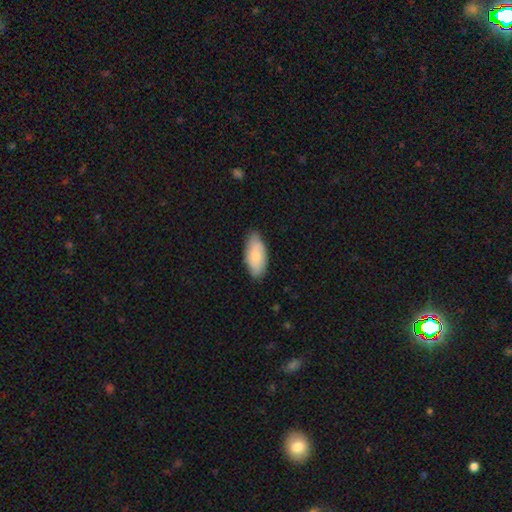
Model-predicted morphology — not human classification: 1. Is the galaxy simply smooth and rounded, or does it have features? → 72% smooth, 23% featured or disk, 6% star or artifact.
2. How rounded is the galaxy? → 91% in between, 7% cigar-shaped, 2% round.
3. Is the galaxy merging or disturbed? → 76% none, 20% minor disturbance, 3% major disturbance, 1% merger.